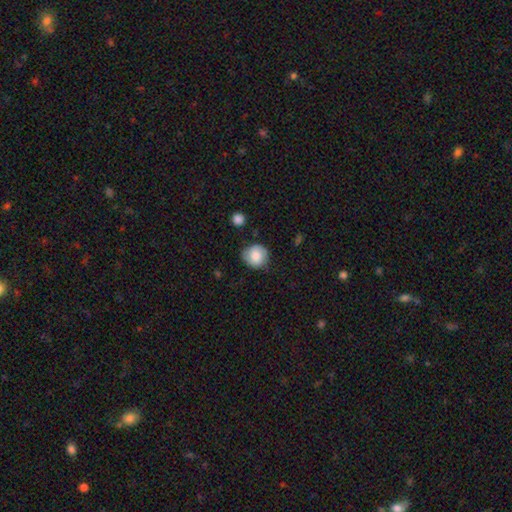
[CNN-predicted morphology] type=smooth (78%); roundness=round (86%); merging=none (74%).